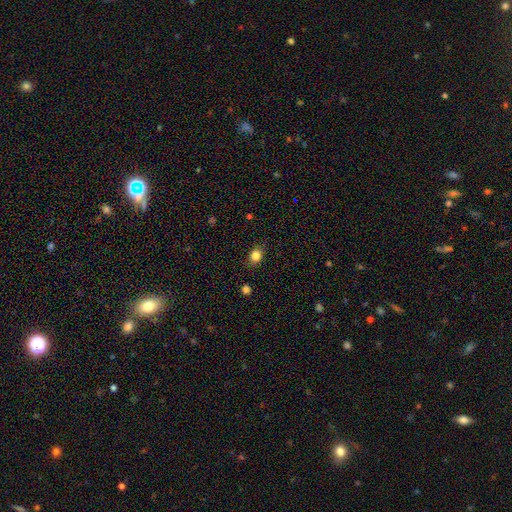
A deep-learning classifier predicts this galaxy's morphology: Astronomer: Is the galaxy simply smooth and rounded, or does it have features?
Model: smooth — 82%.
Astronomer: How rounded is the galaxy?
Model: round — 51% (runner-up: in between, 48%).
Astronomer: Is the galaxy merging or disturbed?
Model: none — 81%.